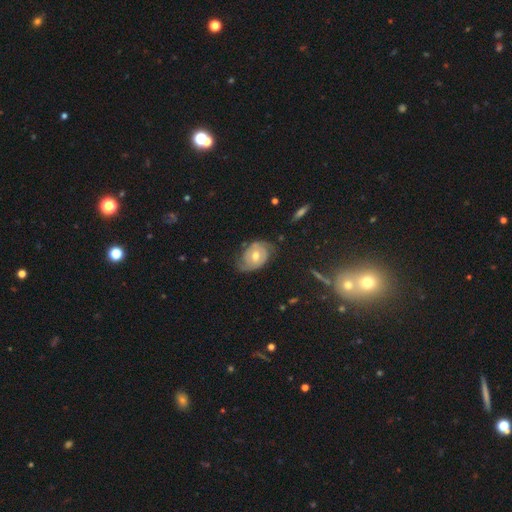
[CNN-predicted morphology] Smooth or featured? featured or disk (68%)
Edge-on disk? no (95%)
Bar? no (71%)
Spiral arms? yes (84%)
Spiral winding? tight (62%)
Spiral arm count? 2 (59%)
Bulge size? moderate (73%)
Merging? none (64%)